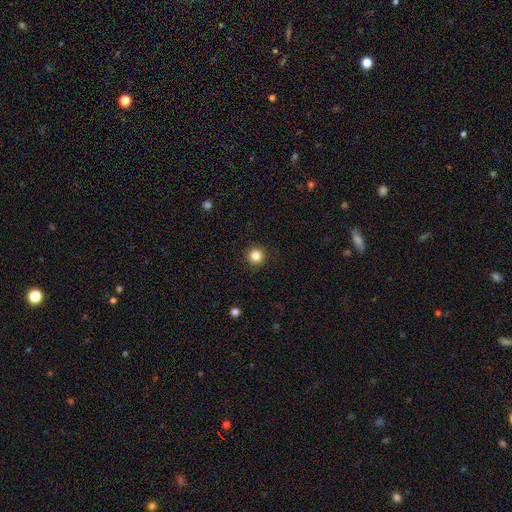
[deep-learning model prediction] This appears to be a smooth galaxy with no disk features (85%) that is round (95%). Merging: none (92%).